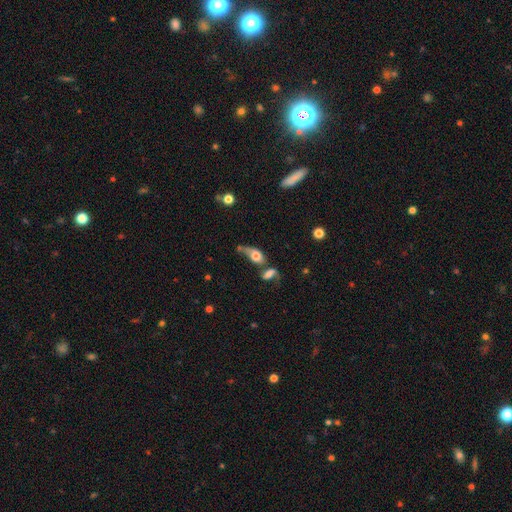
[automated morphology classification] The model was most divided on "merging": merger: 40%, major disturbance: 23%, none: 20%, minor disturbance: 16%. More confident: how rounded — in between (74%); smooth or featured — smooth (61%).